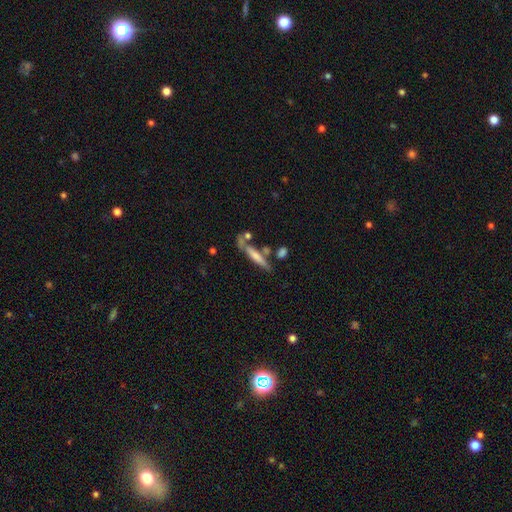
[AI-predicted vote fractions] A featured or disk galaxy (48%).

Vote fractions:
- Smooth or featured? featured or disk: 48% / smooth: 44% / star or artifact: 8%
- Merging? none: 60% / minor disturbance: 16% / merger: 16% / major disturbance: 7%